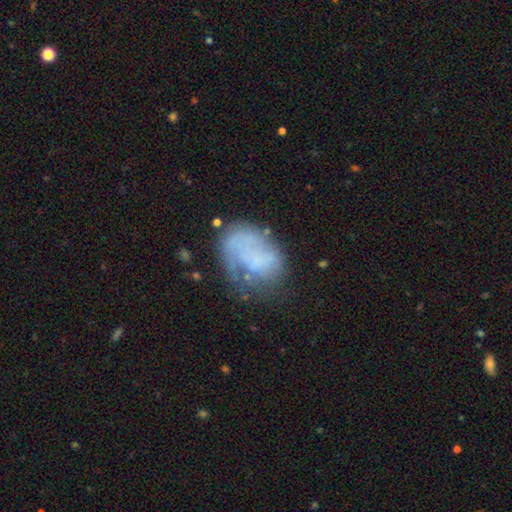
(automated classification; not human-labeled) This is possibly a featured or disk galaxy (47%). Merging: marginally none (41%).